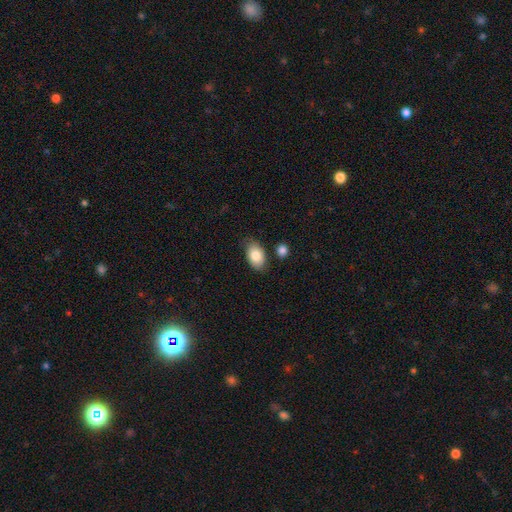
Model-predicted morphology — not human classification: A smooth galaxy with no disk features (82%) that is in between round and cigar-shaped (90%).

Vote fractions:
- Smooth or featured? smooth: 82% / featured or disk: 11% / star or artifact: 7%
- How rounded? in between: 90% / round: 8% / cigar-shaped: 1%
- Merging? none: 77% / minor disturbance: 15% / merger: 5% / major disturbance: 3%